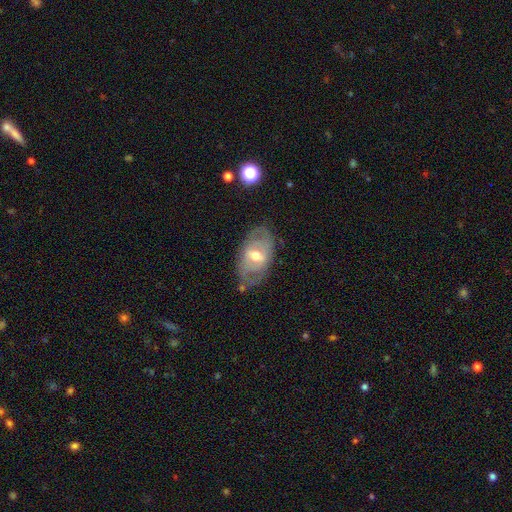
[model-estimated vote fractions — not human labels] Smooth or featured?
  - featured or disk: 66% *
  - smooth: 27%
  - star or artifact: 7%
Edge-on disk?
  - no: 91% *
  - yes: 9%
Bar?
  - weak: 50% *
  - no: 28%
  - strong: 23%
Spiral arms?
  - yes: 59% *
  - no: 41%
Bulge size?
  - moderate: 71% *
  - small: 21%
  - large: 5%
  - none: 1%
  - dominant: 1%
Merging?
  - none: 69% *
  - minor disturbance: 22%
  - major disturbance: 7%
  - merger: 2%